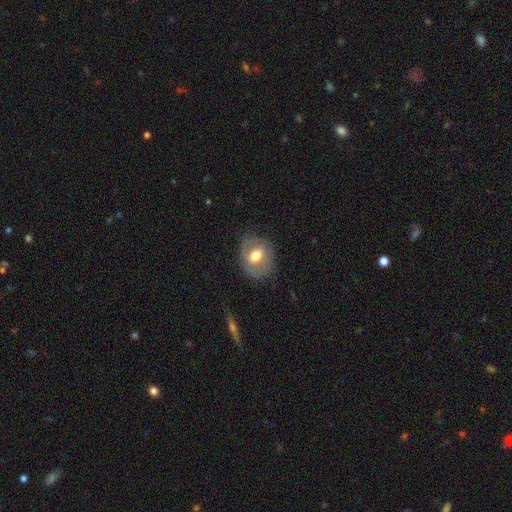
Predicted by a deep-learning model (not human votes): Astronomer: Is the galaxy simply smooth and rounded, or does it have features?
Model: smooth — 47% (runner-up: featured or disk, 46%).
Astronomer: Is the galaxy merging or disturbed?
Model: none — 69%.